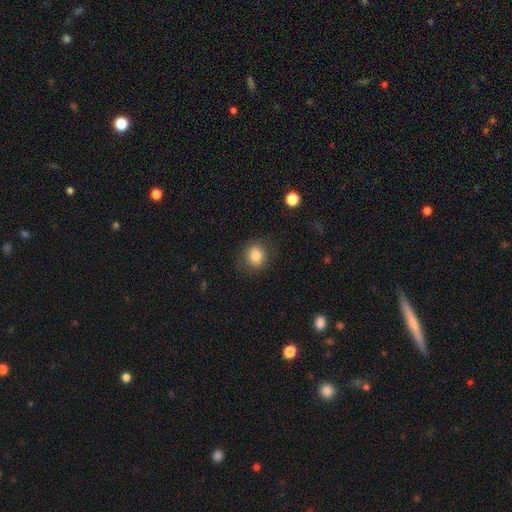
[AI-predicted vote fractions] smooth 82%, star or artifact 10%, featured or disk 8%. Down the decision tree: how rounded — round (69%); merging — none (83%).